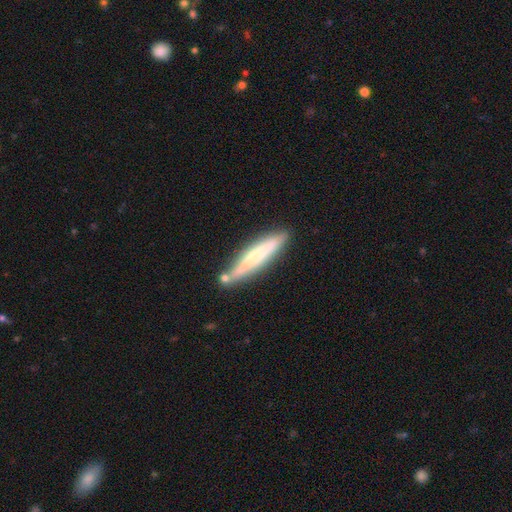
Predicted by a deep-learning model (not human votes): smooth 51%, featured or disk 43%, star or artifact 6%. Down the decision tree: how rounded — cigar-shaped (89%); merging — none (73%).